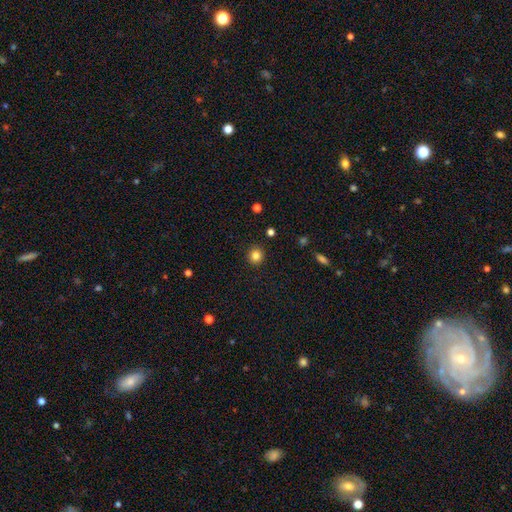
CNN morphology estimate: type=smooth (83%); roundness=round (90%); merging=none (92%).